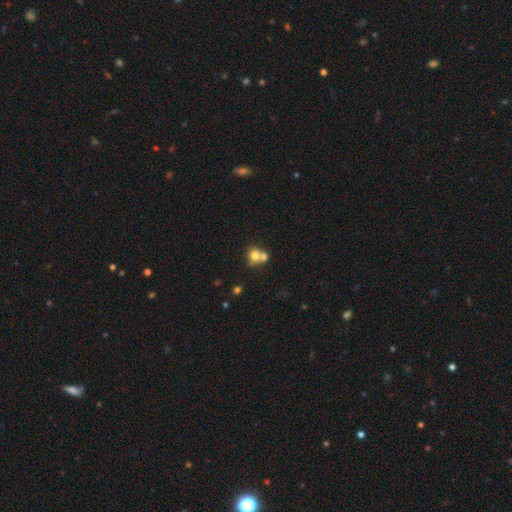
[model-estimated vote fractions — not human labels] Smooth or featured?
  - smooth: 74% *
  - featured or disk: 15%
  - star or artifact: 11%
How rounded?
  - round: 81% *
  - in between: 18%
  - cigar-shaped: 1%
Merging?
  - merger: 53% *
  - none: 37%
  - minor disturbance: 7%
  - major disturbance: 3%